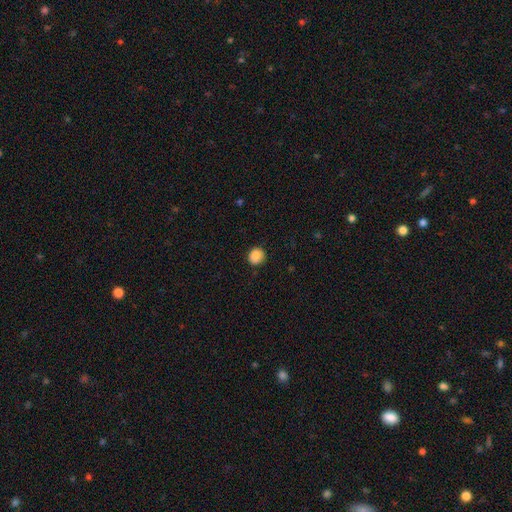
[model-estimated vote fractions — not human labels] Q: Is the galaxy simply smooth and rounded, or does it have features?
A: smooth — 88%.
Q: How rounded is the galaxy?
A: round — 85%.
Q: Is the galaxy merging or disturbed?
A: none — 88%.